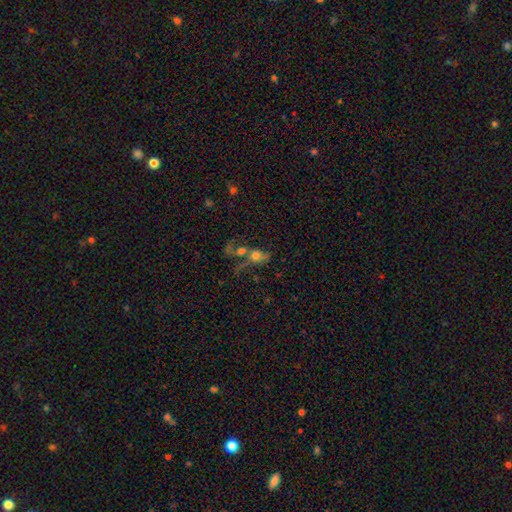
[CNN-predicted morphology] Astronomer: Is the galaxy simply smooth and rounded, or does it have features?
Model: smooth — 55%.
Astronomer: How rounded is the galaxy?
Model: in between — 58% (runner-up: round, 38%).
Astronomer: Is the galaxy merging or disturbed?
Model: merger — 64%.